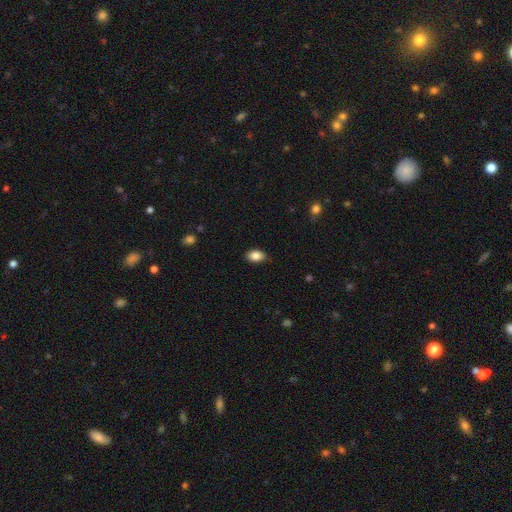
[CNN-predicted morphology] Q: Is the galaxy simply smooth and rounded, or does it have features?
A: smooth — 86%.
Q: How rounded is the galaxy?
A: in between — 87%.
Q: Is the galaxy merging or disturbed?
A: none — 84%.